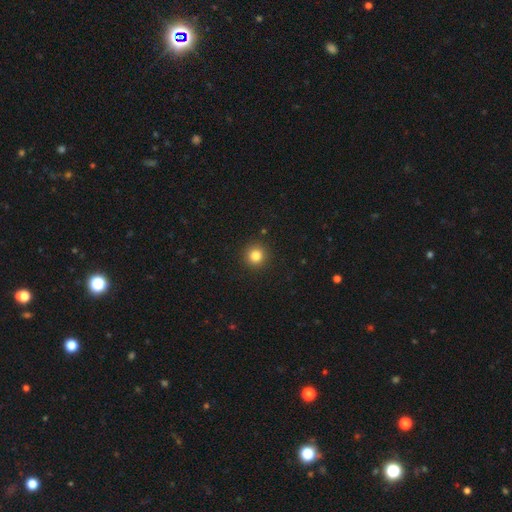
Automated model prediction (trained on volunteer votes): This appears to be a smooth galaxy with no disk features (83%) that is round (94%). Merging: none (92%).